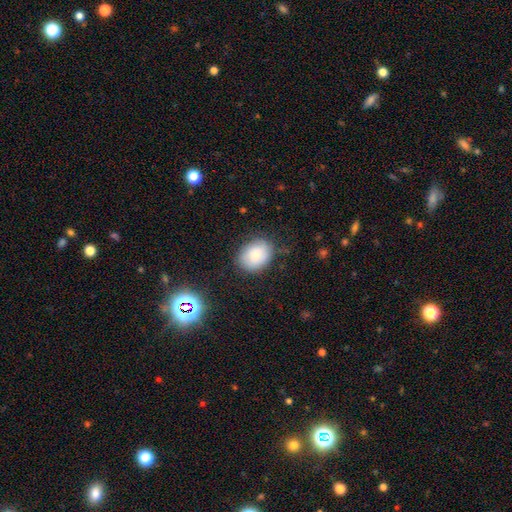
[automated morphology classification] Overall: smooth (78%). How rounded: in between (58%; round 41%). Merging: none (75%).